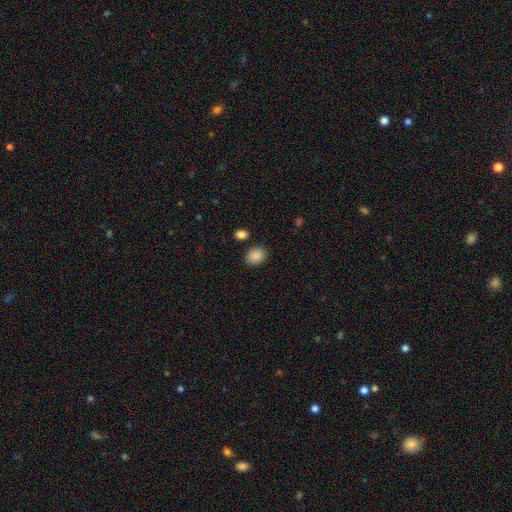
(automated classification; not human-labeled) Overall: smooth (88%). How rounded: in between (58%; round 41%). Merging: none (85%).